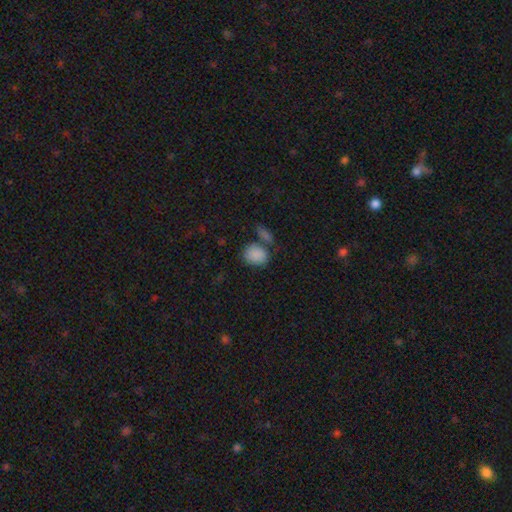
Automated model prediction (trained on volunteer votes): Smooth or featured? smooth (87%)
How rounded? in between (55%)
Merging? none (59%)